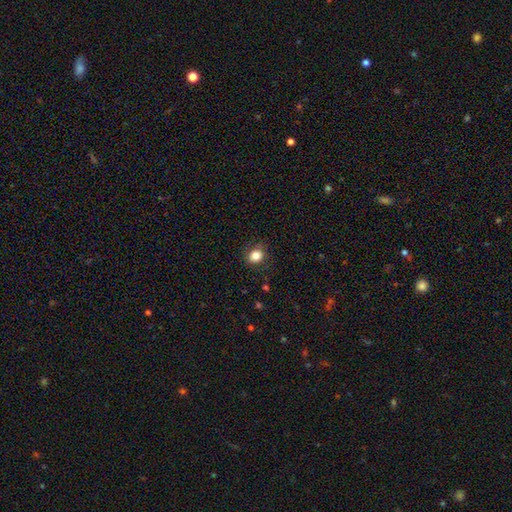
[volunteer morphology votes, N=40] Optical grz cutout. It shows a smooth galaxy with no disk features (88%) that is round (86%). Merging: none (83%).